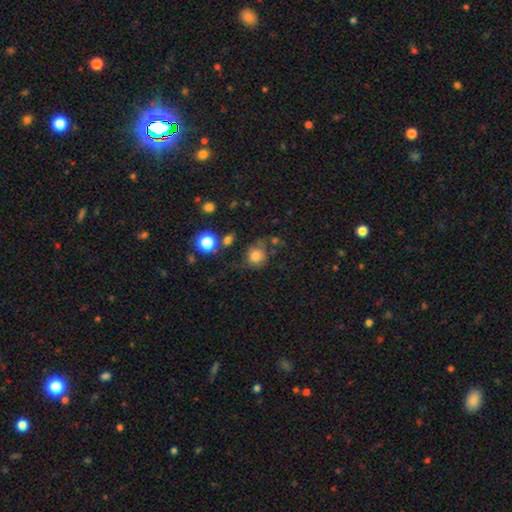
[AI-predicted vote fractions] The model was most divided on "merging": none: 57%, minor disturbance: 23%, major disturbance: 12%, merger: 8%. More confident: how rounded — round (82%); smooth or featured — smooth (78%).